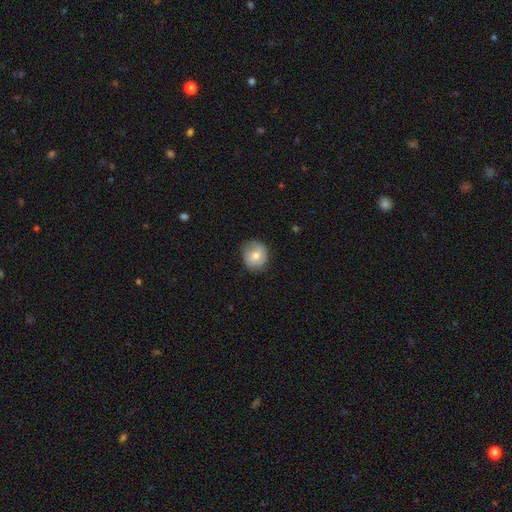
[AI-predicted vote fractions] Overall: smooth (70%). How rounded: round (82%). Merging: none (77%).